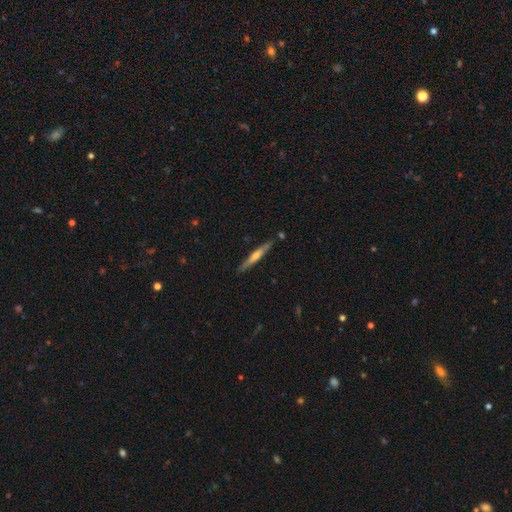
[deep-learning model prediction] A featured or disk galaxy (61%) viewed edge-on (96%) with a rounded central bulge (73%). Merging: none (87%).